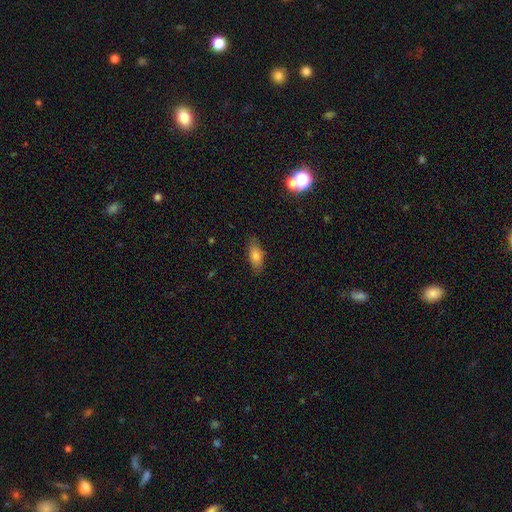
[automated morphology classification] Smooth or featured? smooth (75%)
How rounded? in between (79%)
Merging? none (81%)